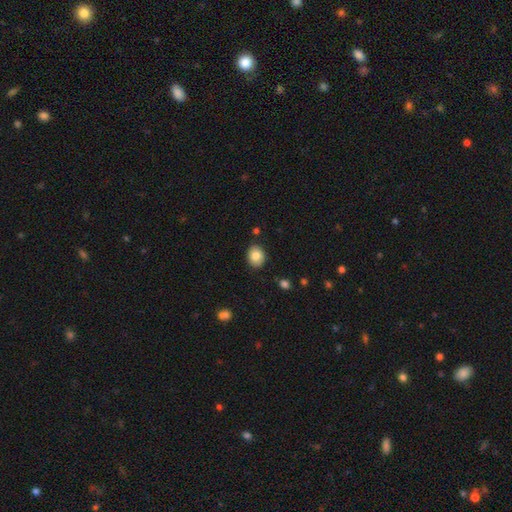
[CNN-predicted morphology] smooth_or_featured: smooth (p=0.82) [alt: featured or disk p=0.10]
how_rounded: in between (p=0.50) [alt: round p=0.49]
merging: none (p=0.86) [alt: minor disturbance p=0.10]